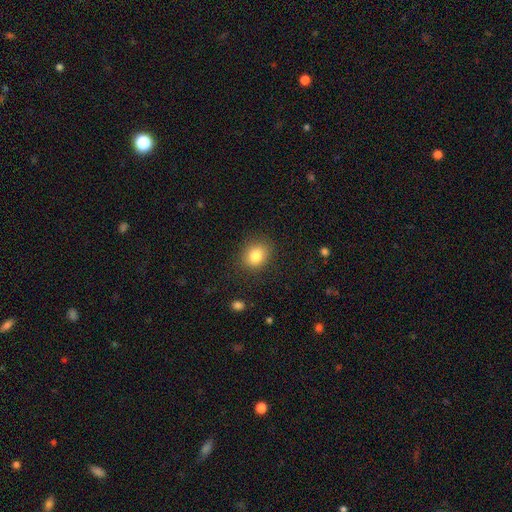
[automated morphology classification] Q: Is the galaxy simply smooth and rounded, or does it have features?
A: smooth — 83%.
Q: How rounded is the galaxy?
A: round — 54%.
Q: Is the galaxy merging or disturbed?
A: none — 85%.